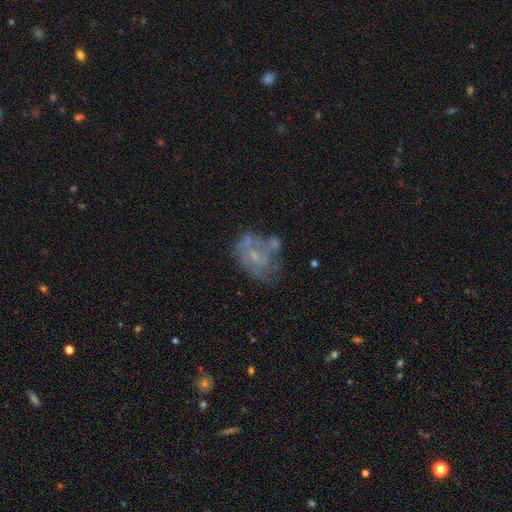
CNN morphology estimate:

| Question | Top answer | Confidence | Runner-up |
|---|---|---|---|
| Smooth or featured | featured or disk | 67% | smooth (22%) |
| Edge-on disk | no | 97% | yes (3%) |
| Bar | no | 64% | weak (31%) |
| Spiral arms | yes | 51% | no (49%) |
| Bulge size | small | 57% | moderate (24%) |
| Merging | none | 39% | minor disturbance (23%) |